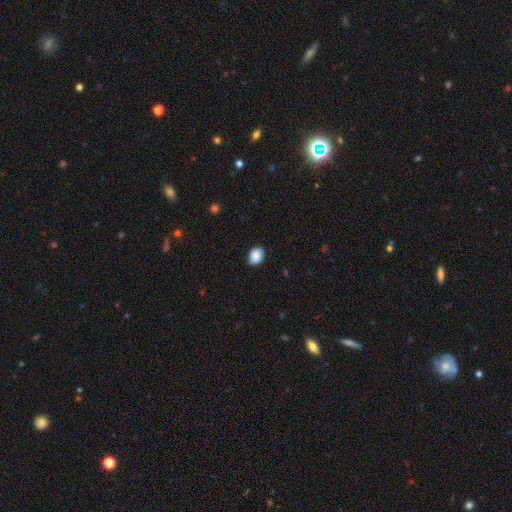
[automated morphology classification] smooth-or-featured: smooth: 88% | star or artifact: 7% | featured or disk: 4%
  how-rounded: in between: 64% | round: 35% | cigar-shaped: 1%
  merging: none: 85% | minor disturbance: 11% | major disturbance: 2% | merger: 1%